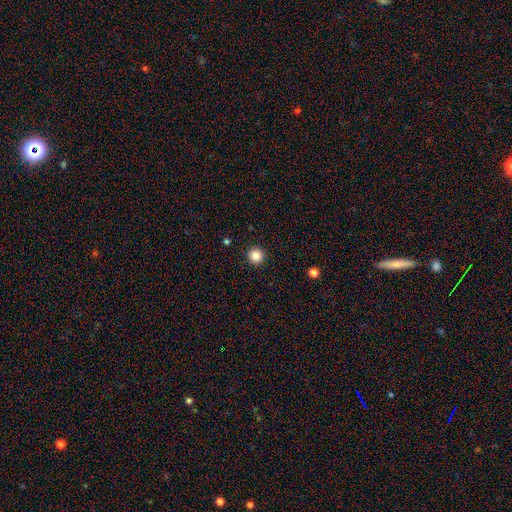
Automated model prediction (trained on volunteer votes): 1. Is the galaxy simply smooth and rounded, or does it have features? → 86% smooth, 10% star or artifact, 3% featured or disk.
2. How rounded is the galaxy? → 96% round, 3% in between, 1% cigar-shaped.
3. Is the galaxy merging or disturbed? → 93% none, 4% minor disturbance, 2% major disturbance, 1% merger.